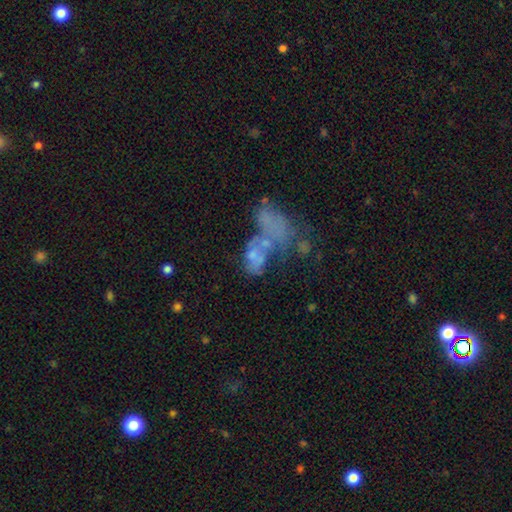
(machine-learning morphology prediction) featured or disk 46%, smooth 38%, star or artifact 16%. Down the decision tree: merging — merger (52%).